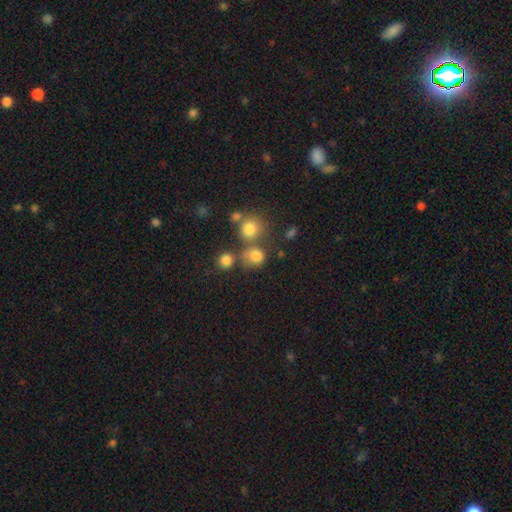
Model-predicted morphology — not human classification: This appears to be a smooth galaxy with no disk features (78%) that is round (77%). Merging: none (53%).